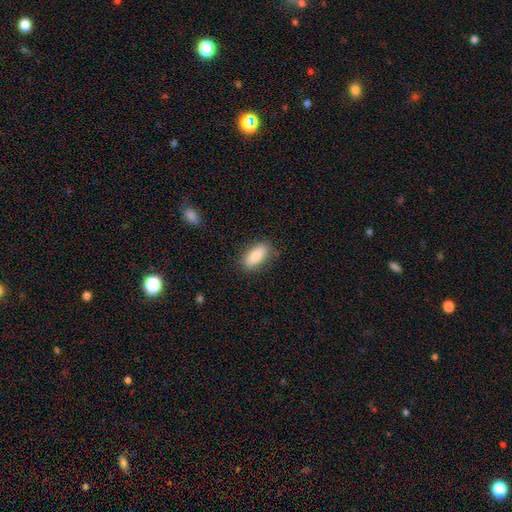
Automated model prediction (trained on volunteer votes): Smooth or featured? smooth (84%)
How rounded? in between (84%)
Merging? none (83%)